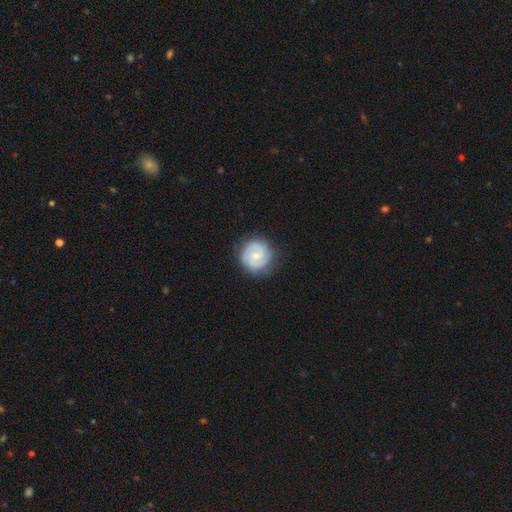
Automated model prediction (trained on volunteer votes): This is likely a featured or disk galaxy (71%). It is clearly not viewed edge-on (98%). Bar: possibly no (58%). Spiral arm pattern: clearly yes (92%). Spiral arm count: likely 2 (68%). Spiral winding: likely tight (64%). Central bulge: possibly small (49%). Merging: clearly none (81%).